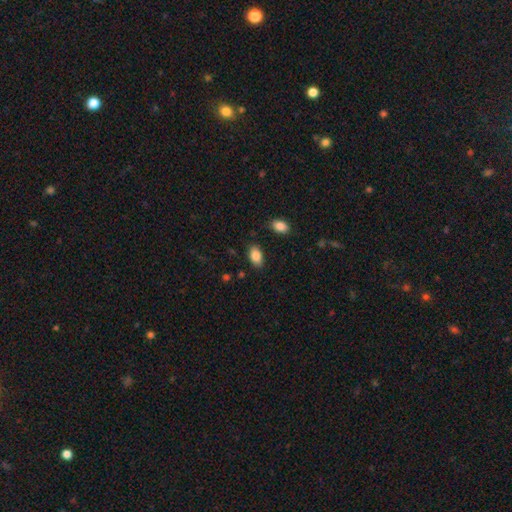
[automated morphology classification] This appears to be a smooth galaxy with no disk features (85%) that is in between round and cigar-shaped (91%). Merging: none (82%).